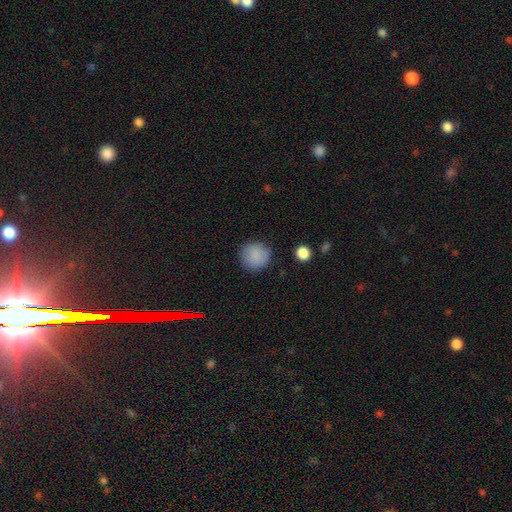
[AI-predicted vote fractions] Q: Smooth or featured?
A: smooth (87%); runner-up: star or artifact (8%)
Q: How rounded?
A: round (92%); runner-up: in between (7%)
Q: Merging?
A: none (88%); runner-up: minor disturbance (8%)